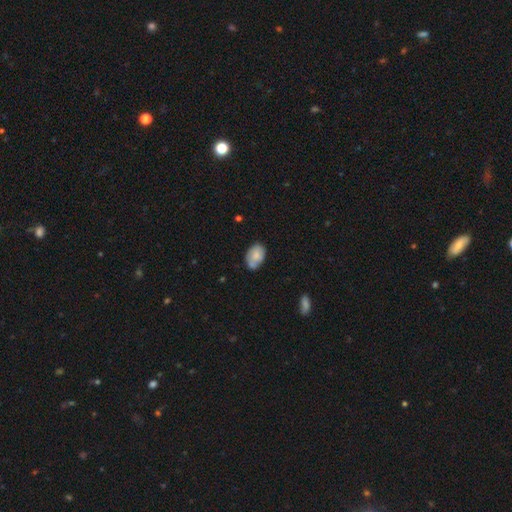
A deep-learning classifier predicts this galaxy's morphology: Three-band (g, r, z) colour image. It shows a smooth galaxy with no disk features (75%) that is in between round and cigar-shaped (85%). Merging: none (56%).